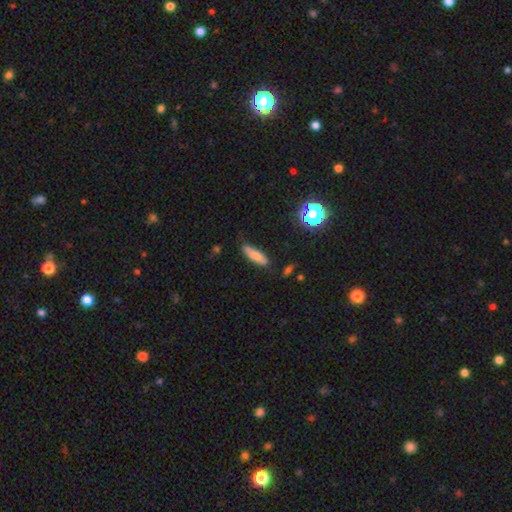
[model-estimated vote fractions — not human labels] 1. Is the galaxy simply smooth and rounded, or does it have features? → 75% smooth, 16% featured or disk, 10% star or artifact.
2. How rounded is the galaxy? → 62% cigar-shaped, 36% in between, 2% round.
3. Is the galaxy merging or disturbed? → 72% none, 21% minor disturbance, 4% major disturbance, 3% merger.